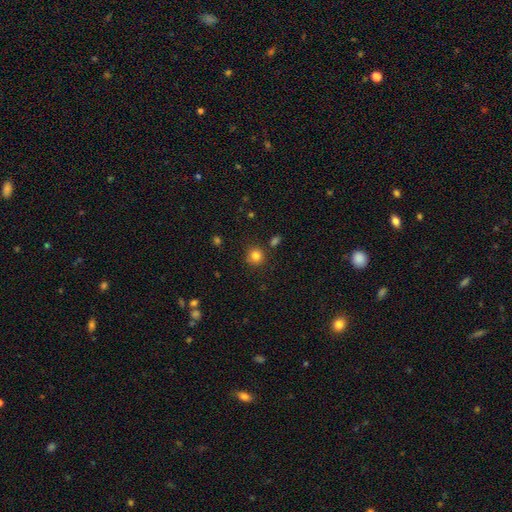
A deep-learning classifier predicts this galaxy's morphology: A smooth galaxy with no disk features (83%) that is round (92%). Merging: none (86%).